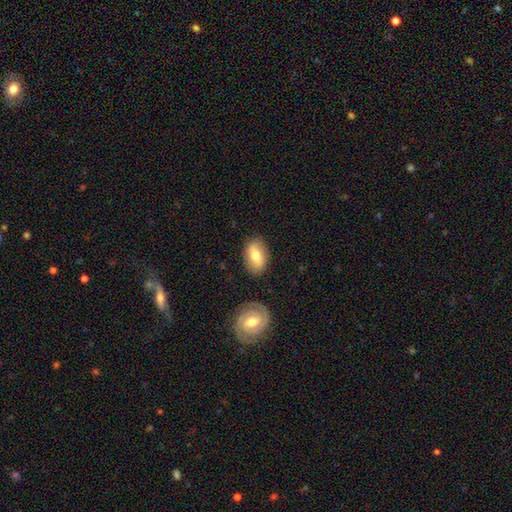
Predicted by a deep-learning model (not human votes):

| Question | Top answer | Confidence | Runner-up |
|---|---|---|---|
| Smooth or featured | smooth | 63% | featured or disk (30%) |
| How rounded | in between | 87% | round (9%) |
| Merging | none | 82% | minor disturbance (12%) |